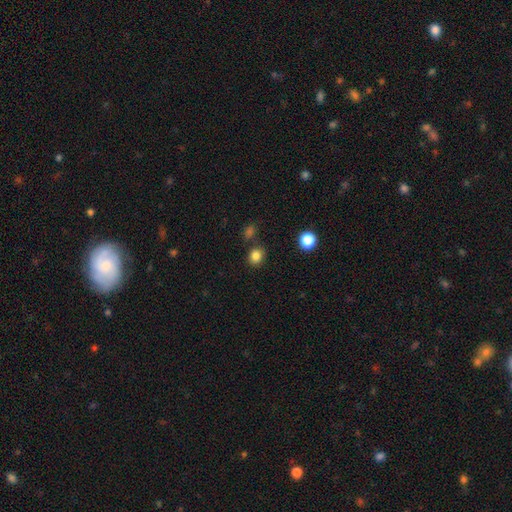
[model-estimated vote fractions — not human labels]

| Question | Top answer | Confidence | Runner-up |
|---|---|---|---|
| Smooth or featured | smooth | 84% | star or artifact (12%) |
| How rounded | round | 71% | in between (28%) |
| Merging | none | 80% | minor disturbance (10%) |